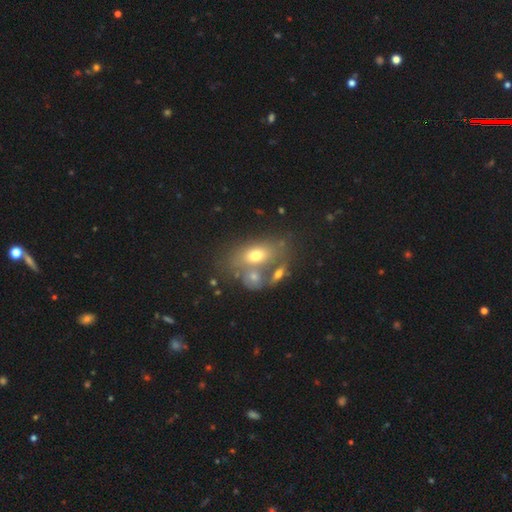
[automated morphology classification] smooth-or-featured: smooth: 64% | featured or disk: 25% | star or artifact: 11%
  how-rounded: in between: 80% | round: 16% | cigar-shaped: 4%
  merging: none: 40% (tied) | merger: 40% (tied) | minor disturbance: 12% | major disturbance: 8%